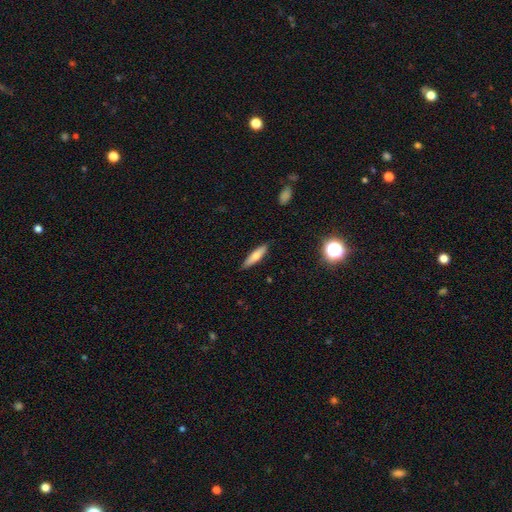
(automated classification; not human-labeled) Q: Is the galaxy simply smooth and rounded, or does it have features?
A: smooth — 67%.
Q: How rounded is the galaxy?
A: cigar-shaped — 72%.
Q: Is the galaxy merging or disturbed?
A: none — 88%.